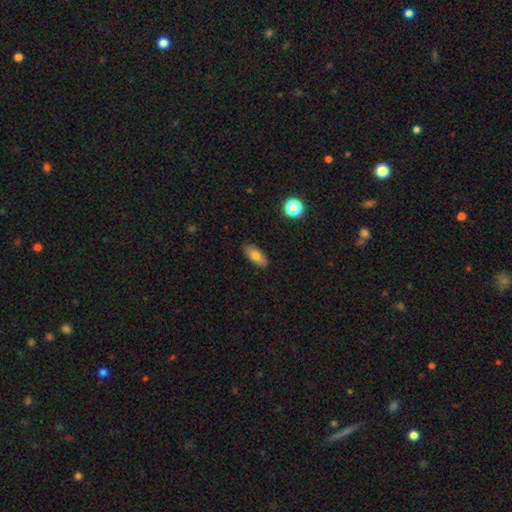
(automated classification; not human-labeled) Q: Smooth or featured?
A: smooth (76%); runner-up: featured or disk (16%)
Q: How rounded?
A: in between (83%); runner-up: cigar-shaped (14%)
Q: Merging?
A: none (87%); runner-up: minor disturbance (10%)